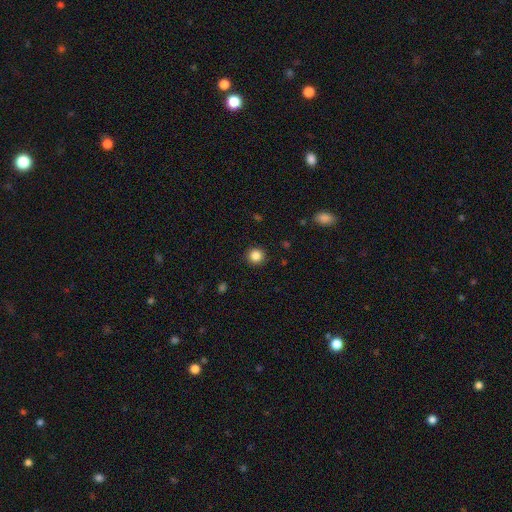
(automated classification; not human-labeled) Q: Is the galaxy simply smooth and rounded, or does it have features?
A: smooth — 86%.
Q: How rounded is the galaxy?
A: round — 94%.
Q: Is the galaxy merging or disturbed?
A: none — 92%.